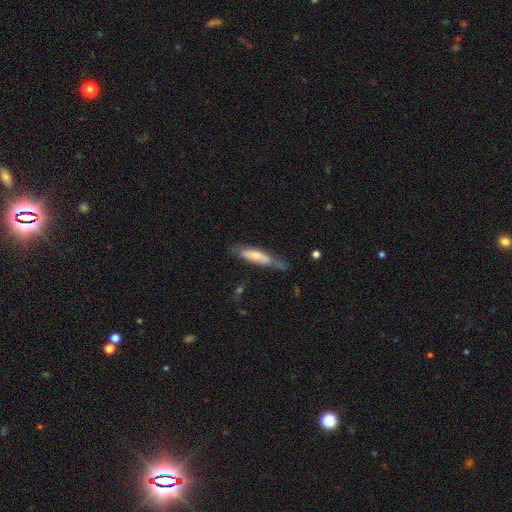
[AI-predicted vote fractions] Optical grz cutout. It shows a smooth galaxy with no disk features (49%). Merging: none (54%).